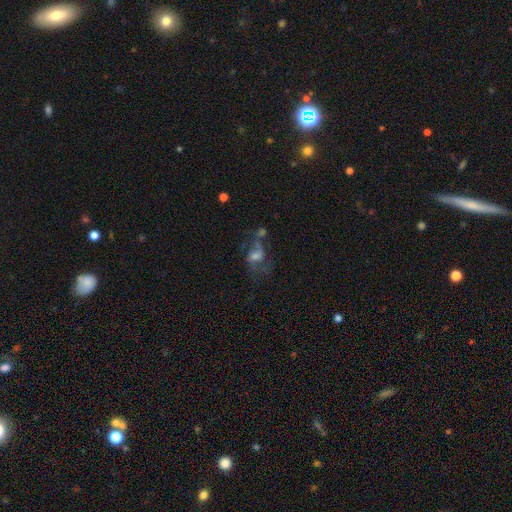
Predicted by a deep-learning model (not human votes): This appears to be a featured or disk galaxy (56%) with no bar (49%), spiral arms (66%) and a moderate central bulge (38%). Merging: none (34%).